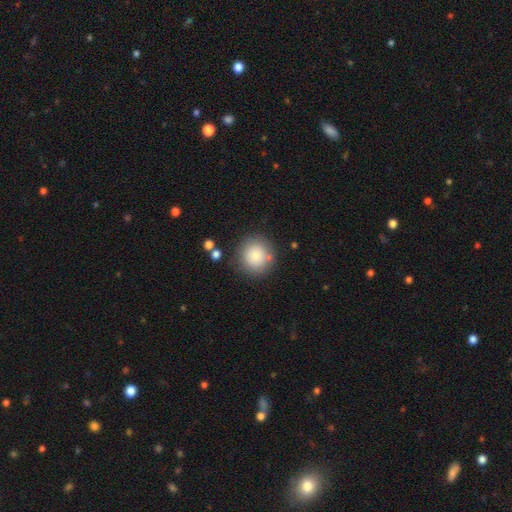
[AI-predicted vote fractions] A smooth galaxy with no disk features (81%) that is round (91%). Merging: none (80%).